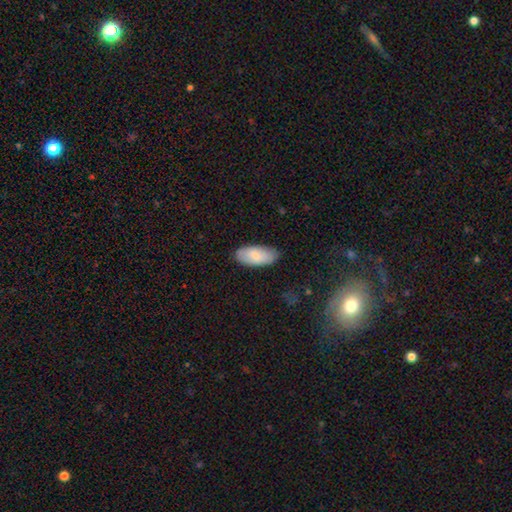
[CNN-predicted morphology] This appears to be a smooth galaxy with no disk features (79%) that is in between round and cigar-shaped (92%). Merging: none (82%).